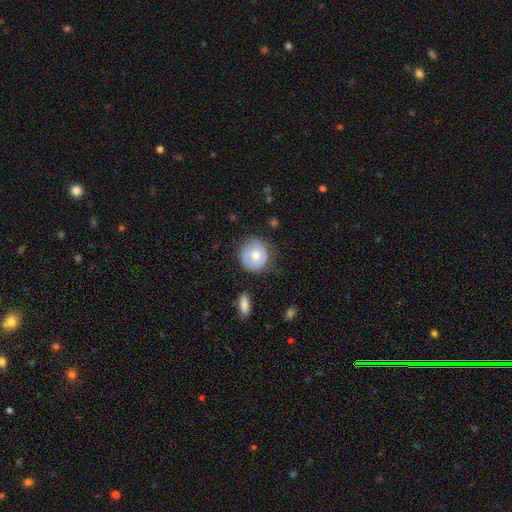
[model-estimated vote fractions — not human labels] Smooth or featured? smooth (58%)
How rounded? round (87%)
Merging? none (72%)